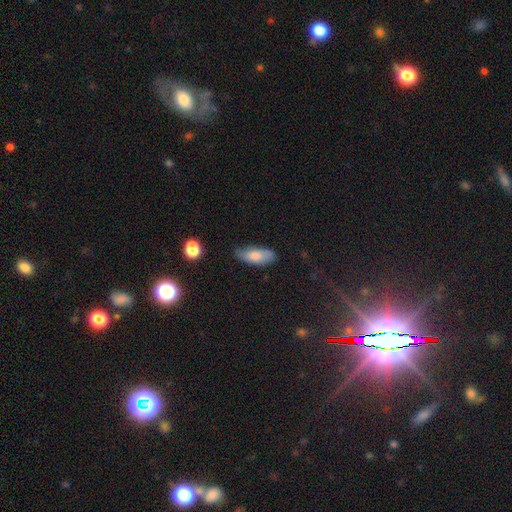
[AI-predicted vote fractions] smooth_or_featured: smooth (p=0.75) [alt: featured or disk p=0.18]
how_rounded: in between (p=0.81) [alt: cigar-shaped p=0.17]
merging: none (p=0.68) [alt: minor disturbance p=0.25]